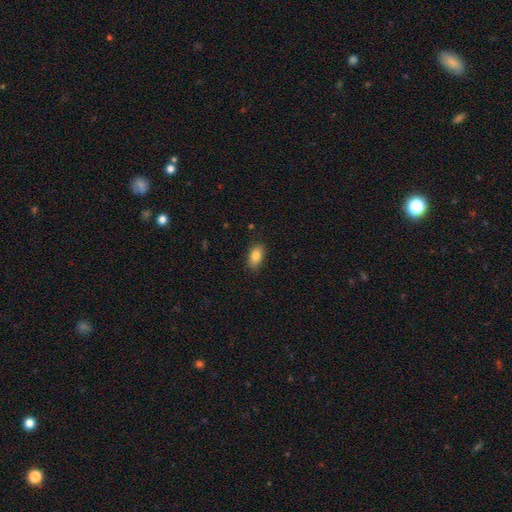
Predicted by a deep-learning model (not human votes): smooth 83%, featured or disk 9%, star or artifact 8%. Down the decision tree: how rounded — in between (90%); merging — none (86%).